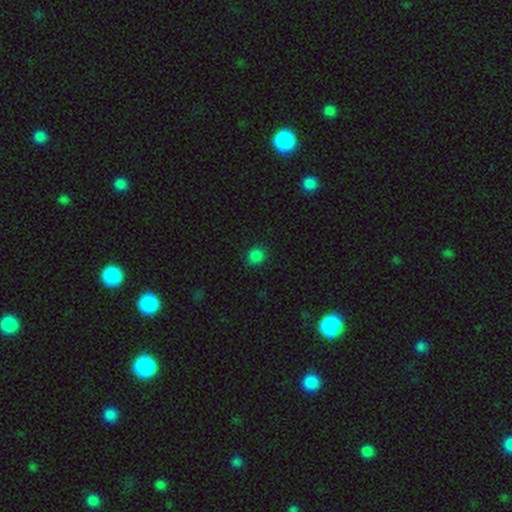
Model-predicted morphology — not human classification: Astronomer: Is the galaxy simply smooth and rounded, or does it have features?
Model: smooth — 84%.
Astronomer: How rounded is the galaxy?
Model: round — 86%.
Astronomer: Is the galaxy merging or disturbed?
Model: none — 90%.